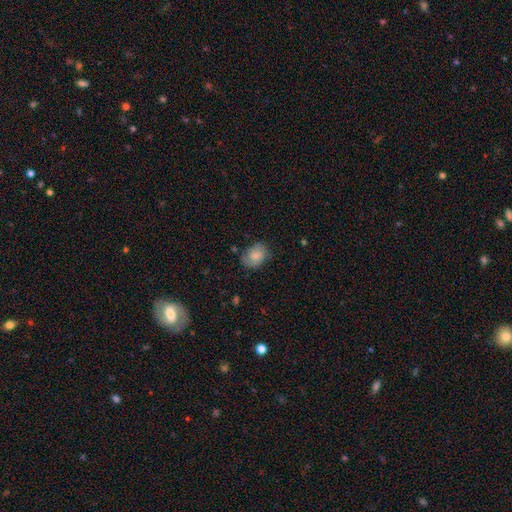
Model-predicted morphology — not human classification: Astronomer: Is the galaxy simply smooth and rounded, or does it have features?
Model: smooth — 69%.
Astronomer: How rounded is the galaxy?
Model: in between — 61% (runner-up: round, 38%).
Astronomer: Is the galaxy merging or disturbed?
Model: none — 68%.